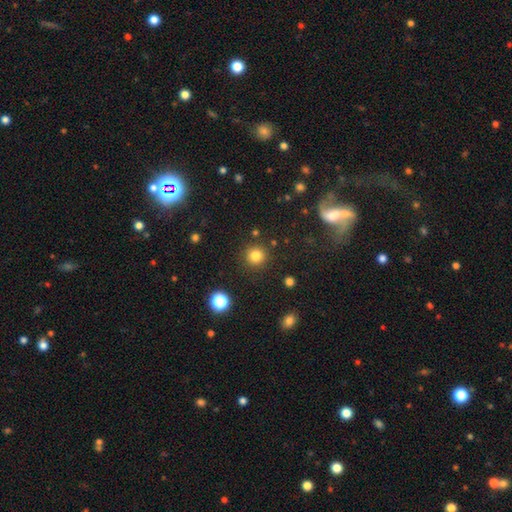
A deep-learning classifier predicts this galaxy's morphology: Overall: smooth (81%). How rounded: round (93%). Merging: none (88%).